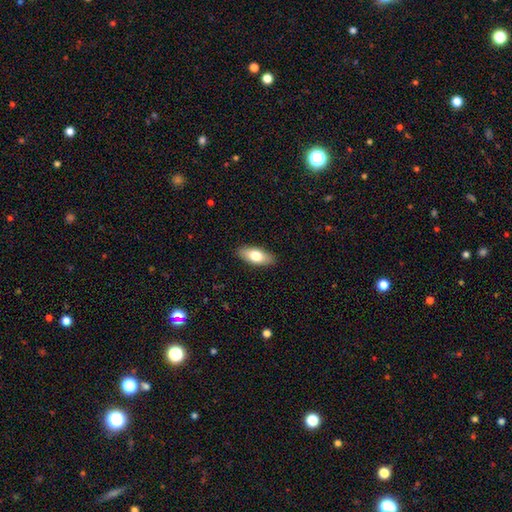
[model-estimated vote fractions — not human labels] This appears to be a smooth galaxy with no disk features (74%) that is in between round and cigar-shaped (84%). Merging: none (89%).